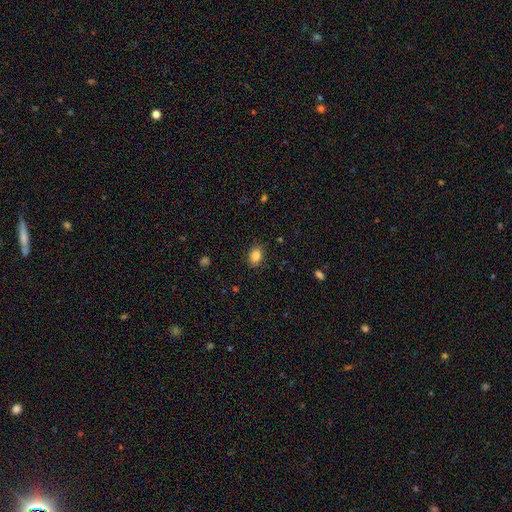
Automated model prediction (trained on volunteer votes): A smooth galaxy with no disk features (85%) that is in between round and cigar-shaped (70%). Merging: none (85%).